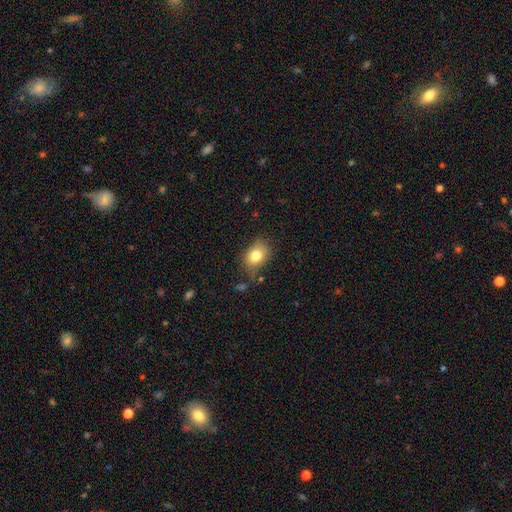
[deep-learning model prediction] A smooth galaxy with no disk features (80%) that is in between round and cigar-shaped (65%). Merging: none (71%).